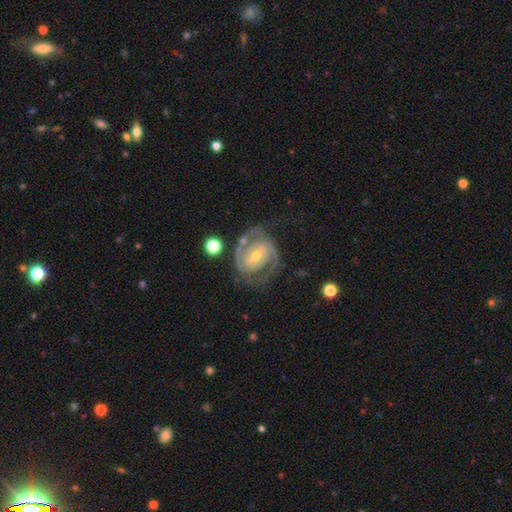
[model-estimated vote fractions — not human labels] Q: Smooth or featured?
A: featured or disk (89%); runner-up: smooth (6%)
Q: Edge-on disk?
A: no (97%); runner-up: yes (3%)
Q: Bar?
A: weak (43%); runner-up: no (34%)
Q: Spiral arms?
A: yes (96%); runner-up: no (4%)
Q: Spiral winding?
A: tight (50%); runner-up: medium (40%)
Q: Spiral arm count?
A: 2 (86%); runner-up: can't tell (5%)
Q: Bulge size?
A: moderate (51%); runner-up: small (44%)
Q: Merging?
A: none (69%); runner-up: minor disturbance (17%)